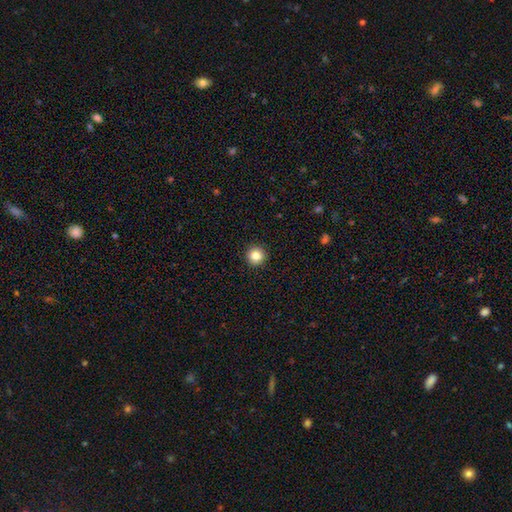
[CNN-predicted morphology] Smooth or featured? smooth (84%)
How rounded? round (96%)
Merging? none (93%)